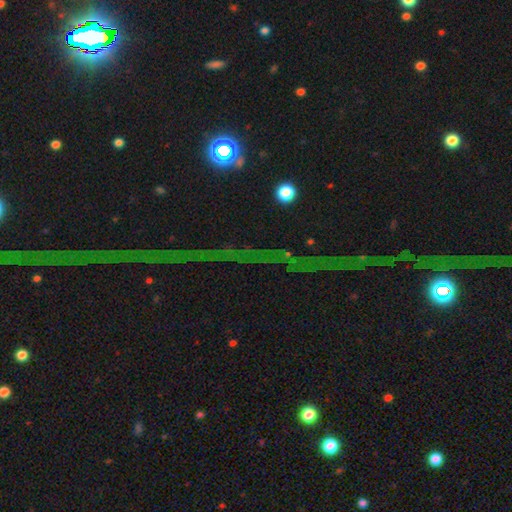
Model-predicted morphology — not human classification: The model was most divided on "smooth or featured": star or artifact: 77%, featured or disk: 13%, smooth: 11%.